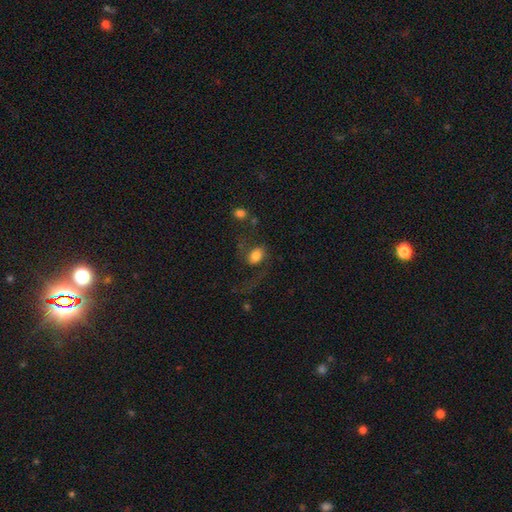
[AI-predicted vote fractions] Smooth or featured? Predicted: smooth (p=0.59). How rounded? Predicted: in between (p=0.72). Merging? Predicted: none (p=0.39).